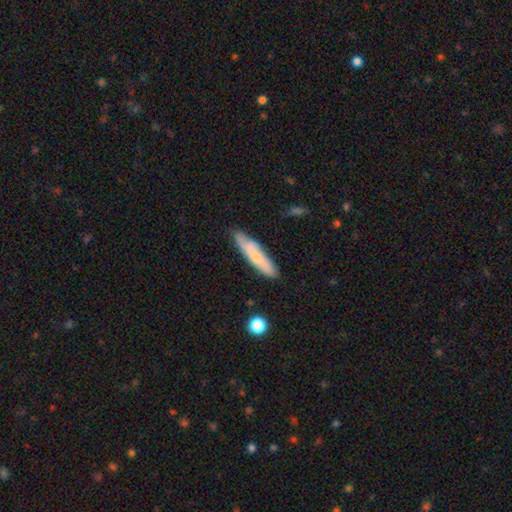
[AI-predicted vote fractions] Smooth or featured? Predicted: smooth (p=0.65). How rounded? Predicted: cigar-shaped (p=0.83). Merging? Predicted: none (p=0.77).